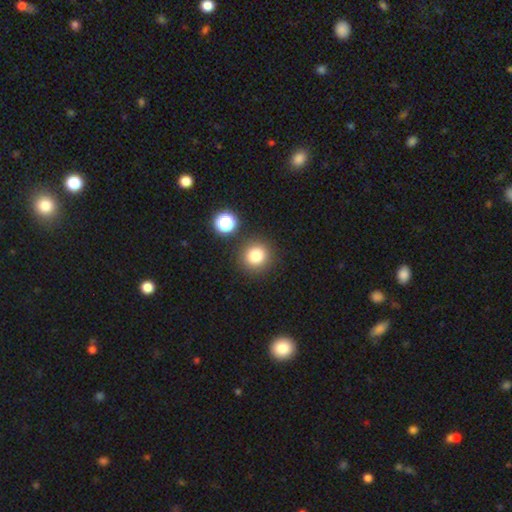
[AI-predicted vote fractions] Smooth or featured? Predicted: smooth (p=0.80). How rounded? Predicted: round (p=0.92). Merging? Predicted: none (p=0.86).